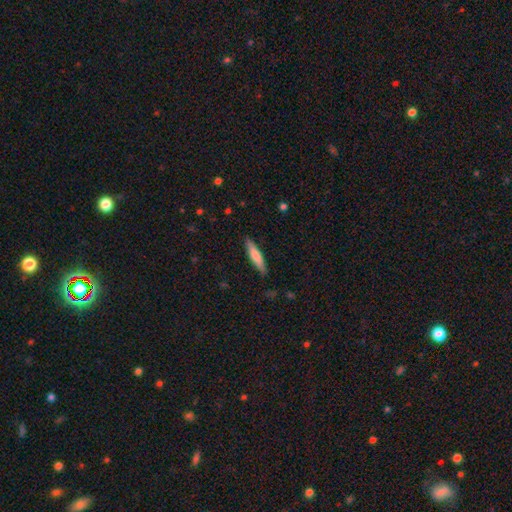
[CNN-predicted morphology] Smooth or featured: smooth — 71% (featured or disk — 24%)
How rounded: cigar-shaped — 84% (in between — 14%)
Merging: none — 88% (minor disturbance — 9%)